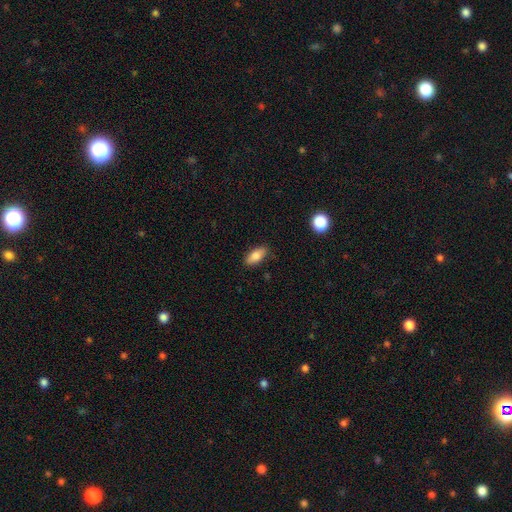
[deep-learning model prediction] Smooth or featured?
  - smooth: 81% *
  - featured or disk: 11%
  - star or artifact: 7%
How rounded?
  - in between: 85% *
  - cigar-shaped: 12%
  - round: 3%
Merging?
  - none: 85% *
  - minor disturbance: 11%
  - major disturbance: 2%
  - merger: 1%